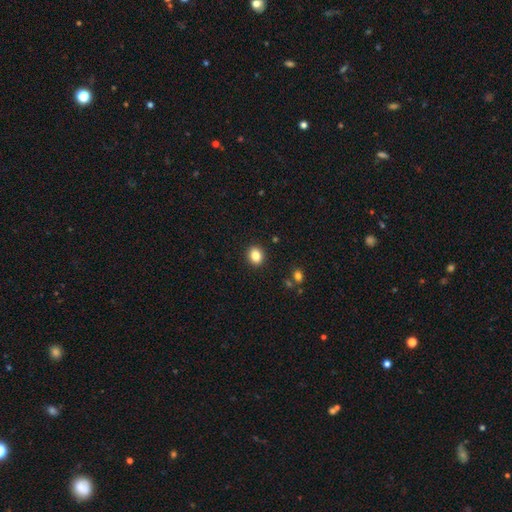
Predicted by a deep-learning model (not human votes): Q: Smooth or featured?
A: smooth (84%); runner-up: star or artifact (10%)
Q: How rounded?
A: round (62%); runner-up: in between (37%)
Q: Merging?
A: none (91%); runner-up: minor disturbance (6%)